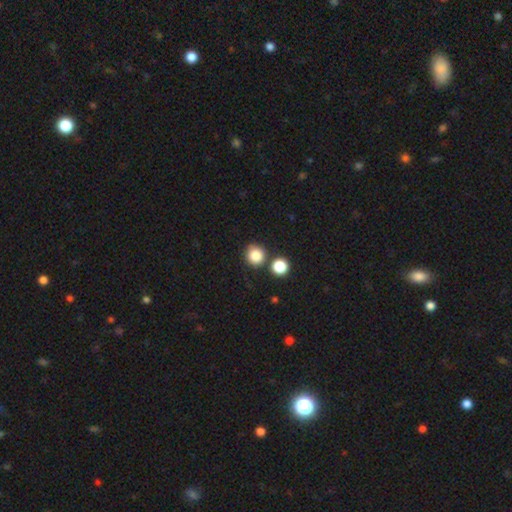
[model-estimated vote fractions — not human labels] The model was most divided on "merging": none: 75%, merger: 13%, minor disturbance: 9%, major disturbance: 3%. More confident: how rounded — round (89%); smooth or featured — smooth (85%).